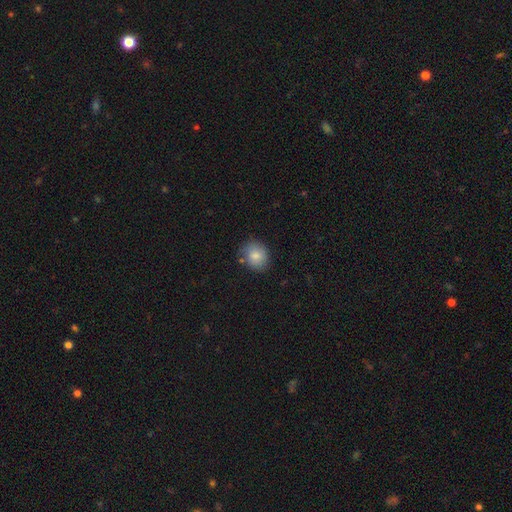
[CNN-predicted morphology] The model was most divided on "how rounded": round: 66%, in between: 33%, cigar-shaped: 1%. More confident: smooth or featured — smooth (82%); merging — none (72%).